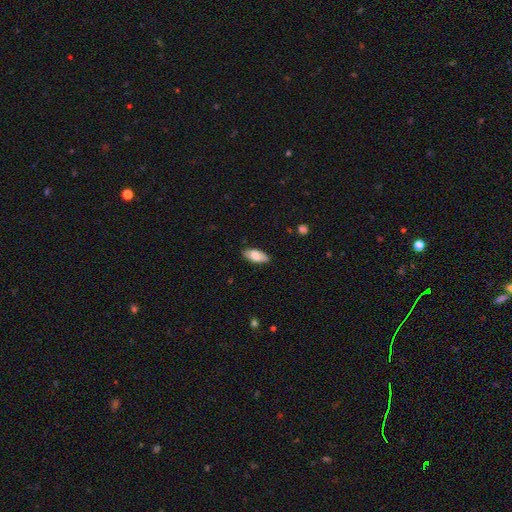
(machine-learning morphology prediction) Smooth or featured? smooth (79%)
How rounded? in between (89%)
Merging? none (85%)